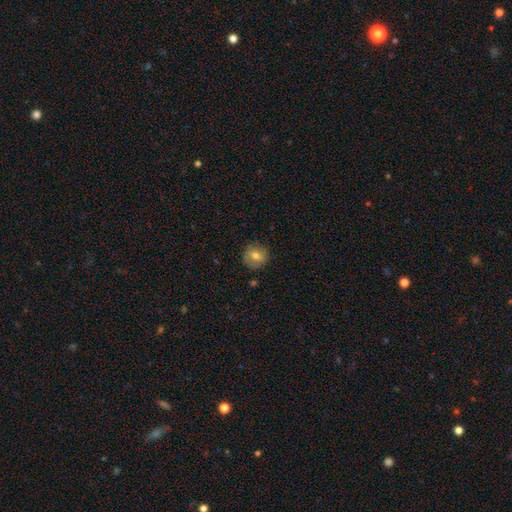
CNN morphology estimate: smooth 69%, featured or disk 22%, star or artifact 9%. Down the decision tree: how rounded — round (85%); merging — none (84%).